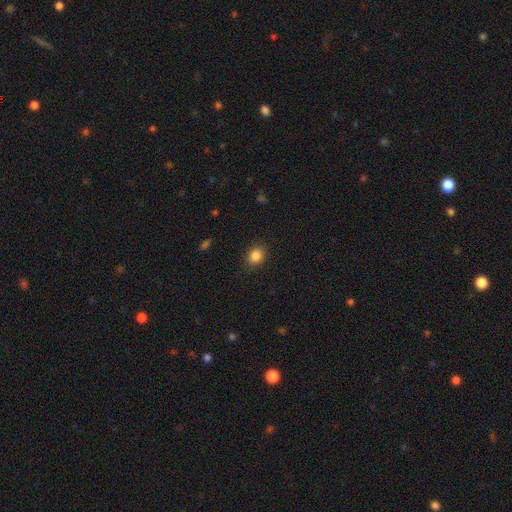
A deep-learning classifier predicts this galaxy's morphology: smooth 85%, star or artifact 10%, featured or disk 5%. Down the decision tree: how rounded — round (63%); merging — none (86%).